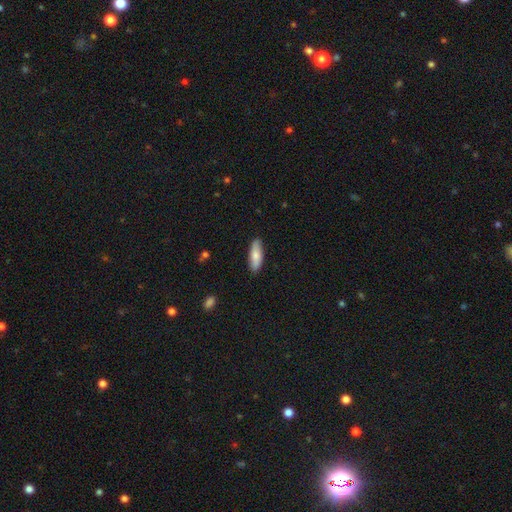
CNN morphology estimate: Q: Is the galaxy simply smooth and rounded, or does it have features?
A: smooth — 77%.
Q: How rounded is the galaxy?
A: in between — 55%.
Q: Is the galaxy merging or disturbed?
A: none — 88%.